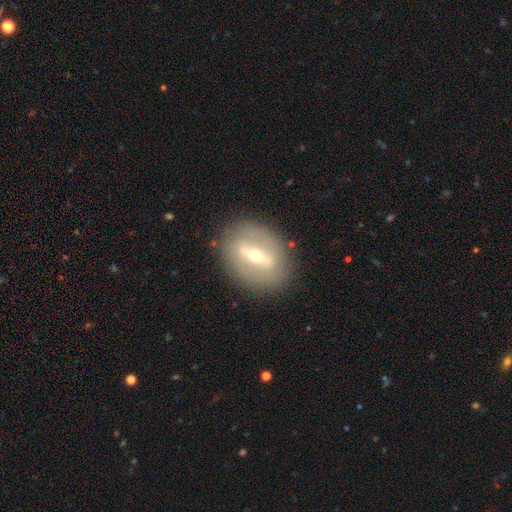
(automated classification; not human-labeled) A featured or disk galaxy (69%) with a strong bar (64%), no spiral arms (78%) and a small central bulge (50%). Merging: none (84%).